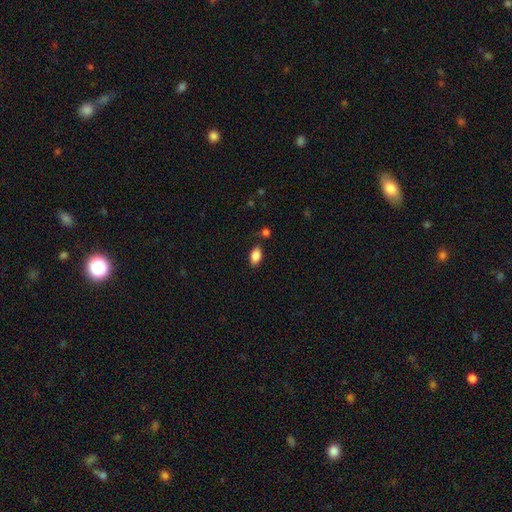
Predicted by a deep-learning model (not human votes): Overall: smooth (86%). How rounded: in between (91%). Merging: none (79%).